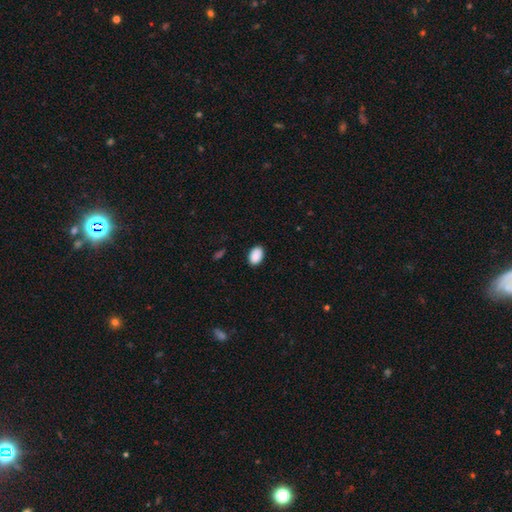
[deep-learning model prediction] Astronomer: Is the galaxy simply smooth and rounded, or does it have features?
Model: smooth — 87%.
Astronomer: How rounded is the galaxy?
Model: in between — 86%.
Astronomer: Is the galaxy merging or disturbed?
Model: none — 82%.